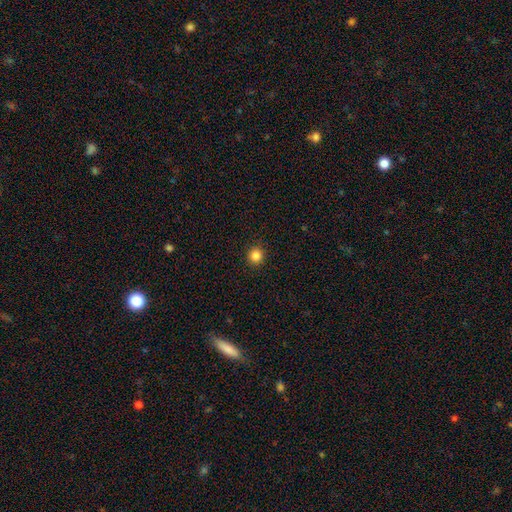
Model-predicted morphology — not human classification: A smooth galaxy with no disk features (85%) that is round (93%).

Vote fractions:
- Smooth or featured? smooth: 85% / star or artifact: 12% / featured or disk: 4%
- How rounded? round: 93% / in between: 6% / cigar-shaped: 1%
- Merging? none: 92% / minor disturbance: 5% / major disturbance: 2% / merger: 1%